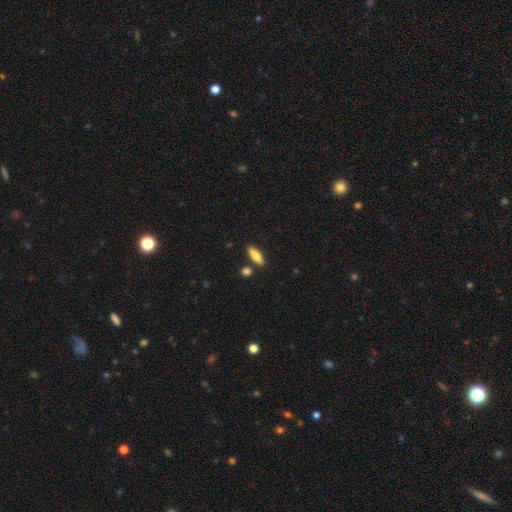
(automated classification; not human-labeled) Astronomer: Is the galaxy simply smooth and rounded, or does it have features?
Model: smooth — 83%.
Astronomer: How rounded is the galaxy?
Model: in between — 54% (runner-up: cigar-shaped, 43%).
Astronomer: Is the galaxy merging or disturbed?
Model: none — 82%.